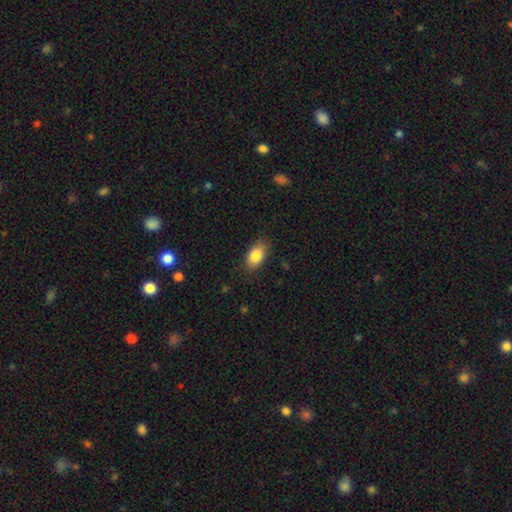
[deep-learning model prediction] Overall: smooth (86%). How rounded: in between (91%). Merging: none (84%).